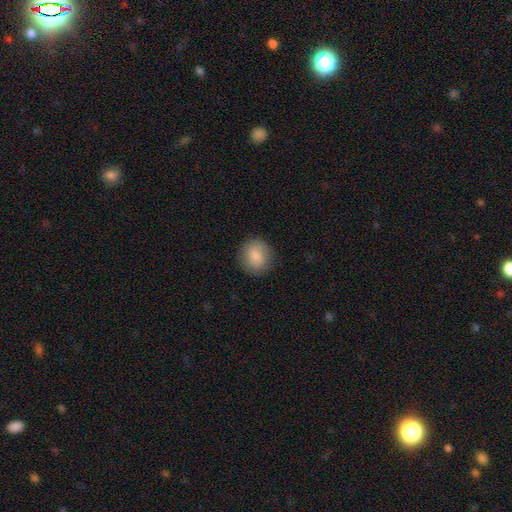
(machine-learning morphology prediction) smooth_or_featured: smooth (p=0.85) [alt: featured or disk p=0.07]
how_rounded: round (p=0.85) [alt: in between p=0.14]
merging: none (p=0.86) [alt: minor disturbance p=0.10]